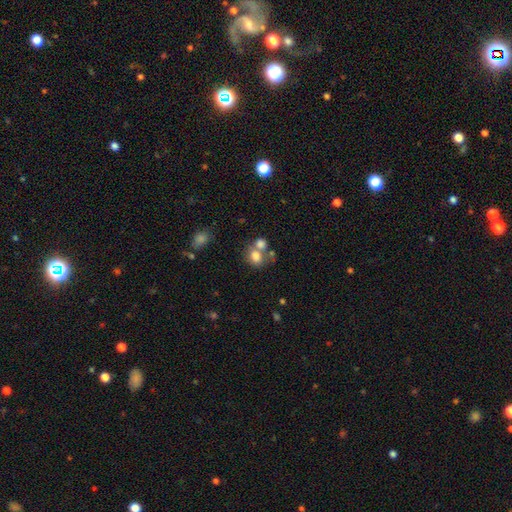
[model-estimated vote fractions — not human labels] Smooth or featured: smooth — 76% (featured or disk — 13%)
How rounded: round — 53% (in between — 46%)
Merging: merger — 46% (none — 38%)